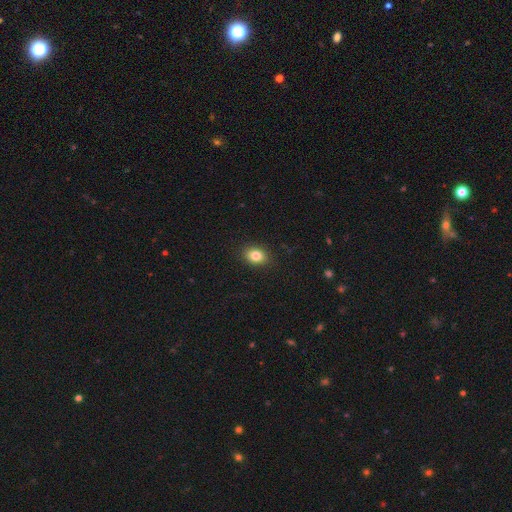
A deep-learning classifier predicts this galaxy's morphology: Overall: smooth (83%). How rounded: in between (64%; round 35%). Merging: none (89%).